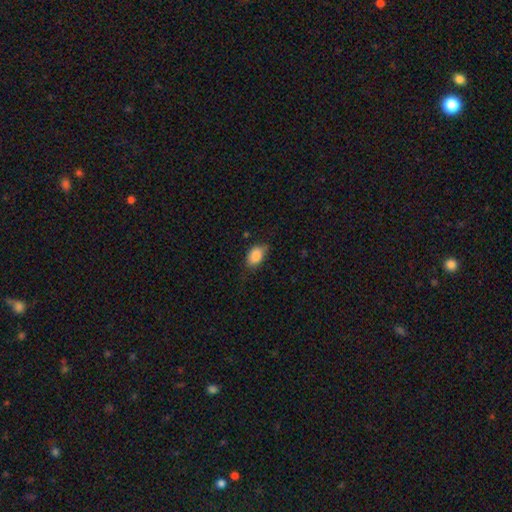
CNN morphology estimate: Smooth or featured? Predicted: smooth (p=0.87). How rounded? Predicted: in between (p=0.84). Merging? Predicted: none (p=0.66).